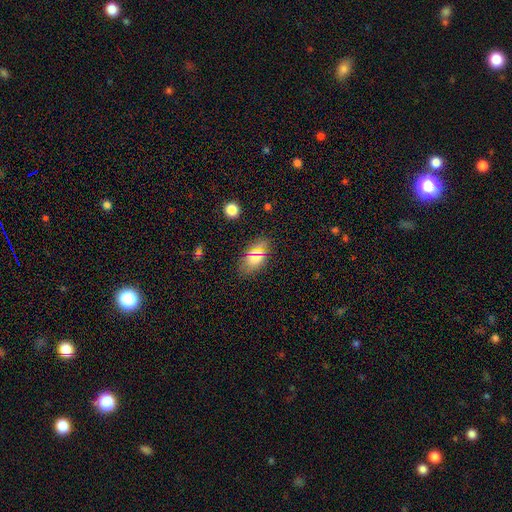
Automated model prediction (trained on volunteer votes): Smooth or featured? Predicted: smooth (p=0.70). How rounded? Predicted: in between (p=0.86). Merging? Predicted: none (p=0.85).